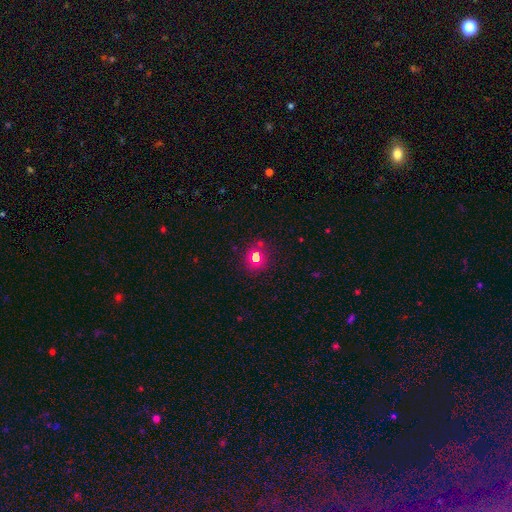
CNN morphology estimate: The model was most divided on "smooth or featured": smooth: 69%, star or artifact: 20%, featured or disk: 11%. More confident: merging — none (78%); how rounded — round (76%).